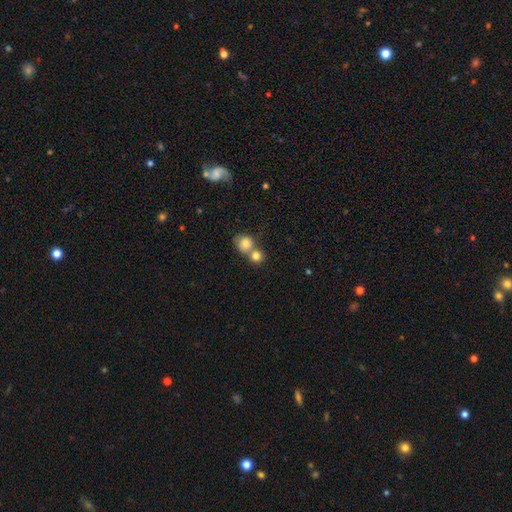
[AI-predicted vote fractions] Smooth or featured? smooth (82%)
How rounded? round (85%)
Merging? merger (52%)